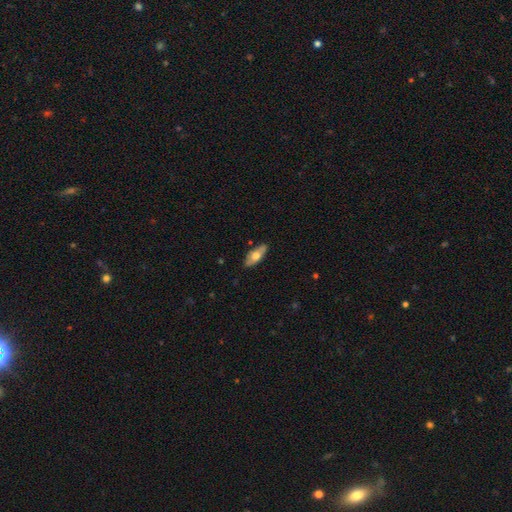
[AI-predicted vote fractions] Smooth or featured? smooth (57%)
How rounded? in between (80%)
Merging? none (84%)